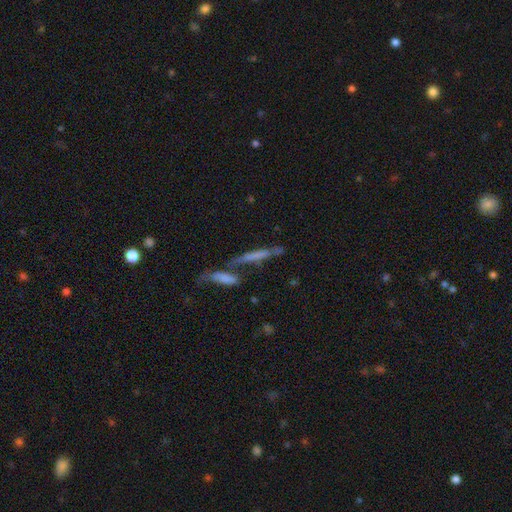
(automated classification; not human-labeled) smooth-or-featured: smooth: 44% | featured or disk: 43% | star or artifact: 13%
  merging: merger: 43% | none: 38% | minor disturbance: 11% | major disturbance: 8%